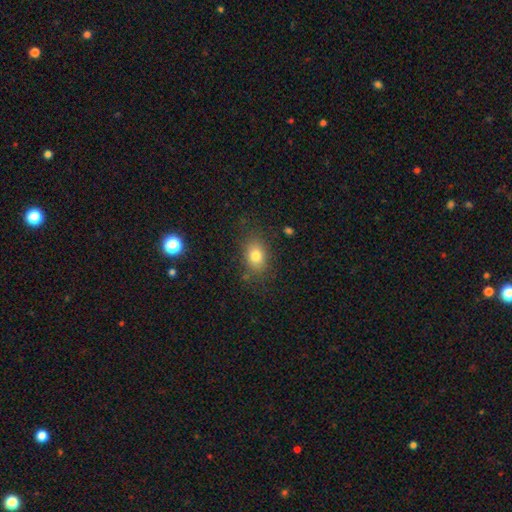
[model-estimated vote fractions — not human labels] Smooth or featured?
  - smooth: 79% *
  - star or artifact: 11%
  - featured or disk: 10%
How rounded?
  - in between: 70% *
  - round: 28%
  - cigar-shaped: 1%
Merging?
  - none: 81% *
  - minor disturbance: 13%
  - major disturbance: 4%
  - merger: 2%